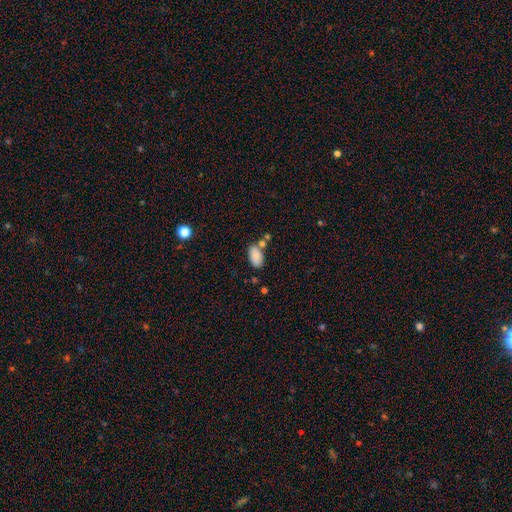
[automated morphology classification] This is clearly a smooth galaxy (86%). How rounded: clearly in between (94%). Merging: likely none (64%).